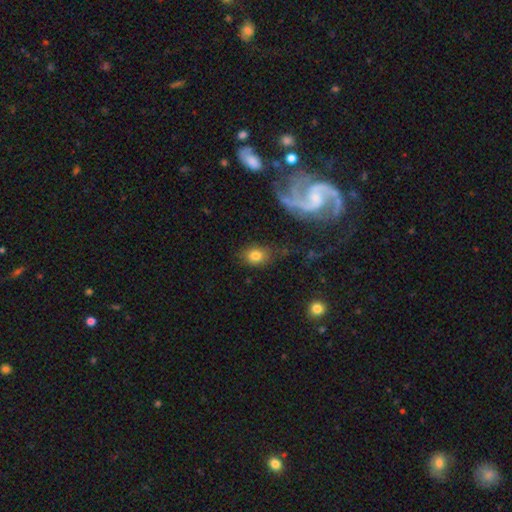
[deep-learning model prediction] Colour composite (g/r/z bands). It shows a smooth galaxy with no disk features (77%) that is in between round and cigar-shaped (60%). Merging: none (74%).